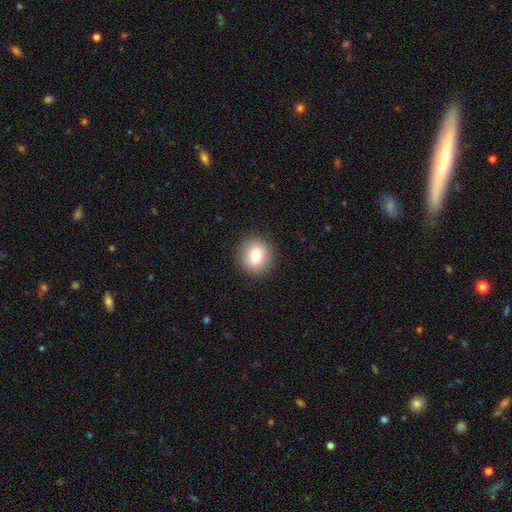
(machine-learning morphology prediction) A smooth galaxy with no disk features (79%) that is round (90%).

Vote fractions:
- Smooth or featured? smooth: 79% / featured or disk: 11% / star or artifact: 10%
- How rounded? round: 90% / in between: 10% / cigar-shaped: 1%
- Merging? none: 91% / minor disturbance: 6% / major disturbance: 2% / merger: 1%